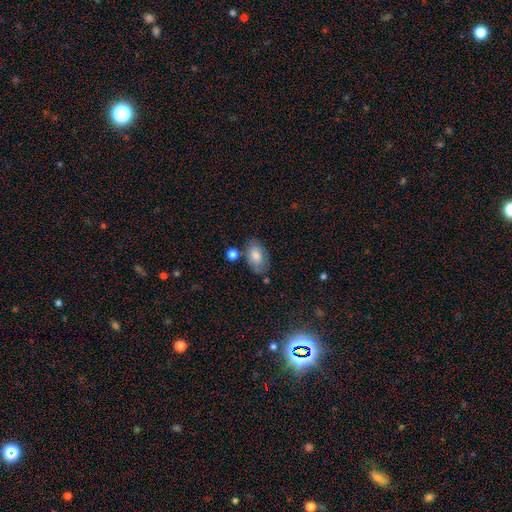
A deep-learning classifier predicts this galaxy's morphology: Smooth or featured? smooth (79%)
How rounded? in between (92%)
Merging? none (67%)